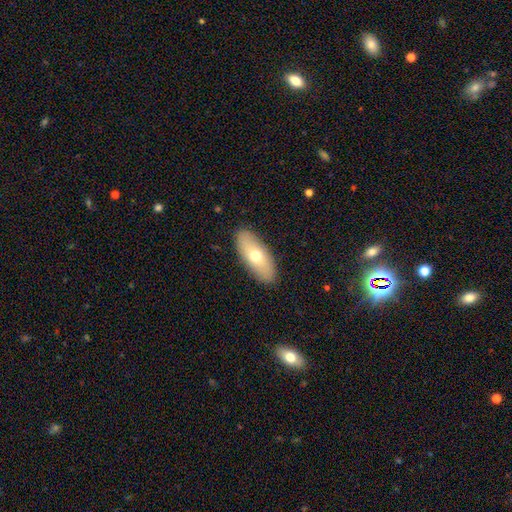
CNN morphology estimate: Smooth or featured? smooth (62%)
How rounded? in between (82%)
Merging? none (89%)